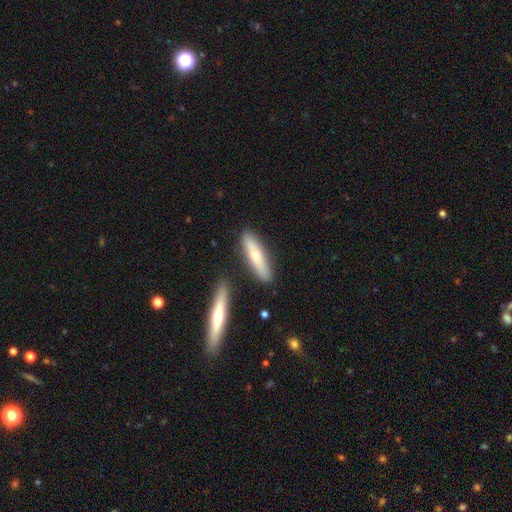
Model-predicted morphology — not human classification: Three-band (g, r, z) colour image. It shows a smooth galaxy with no disk features (58%) that is cigar-shaped (78%). Merging: none (83%).